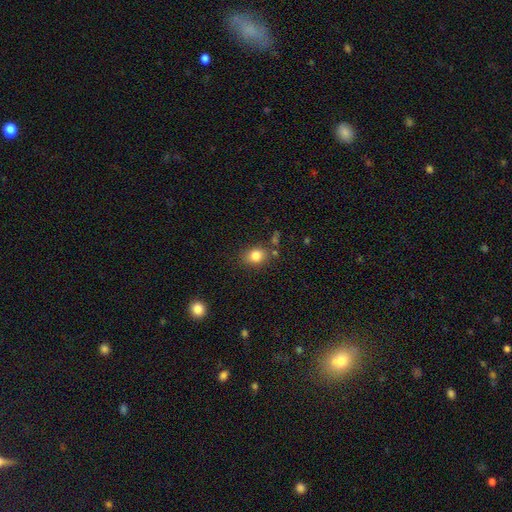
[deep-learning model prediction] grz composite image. It shows a smooth galaxy with no disk features (82%) that is round (50%). Merging: none (73%).